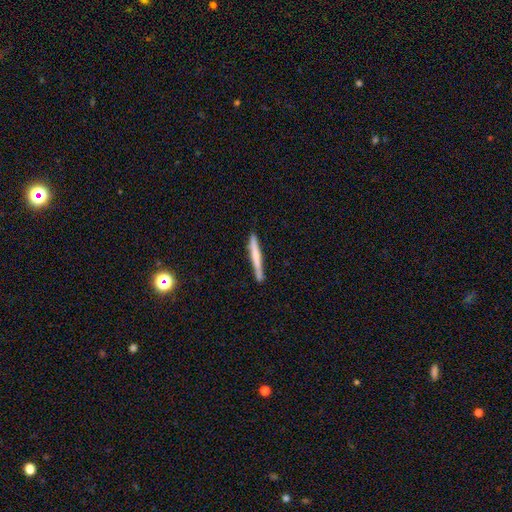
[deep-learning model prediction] Smooth or featured: smooth — 58% (featured or disk — 36%)
How rounded: cigar-shaped — 97% (in between — 2%)
Merging: none — 86% (minor disturbance — 10%)